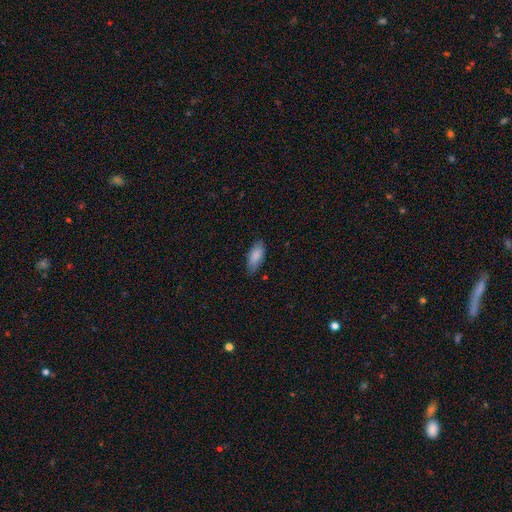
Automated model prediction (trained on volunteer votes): This is clearly a smooth galaxy (86%). How rounded: clearly in between (85%). Merging: likely none (73%).